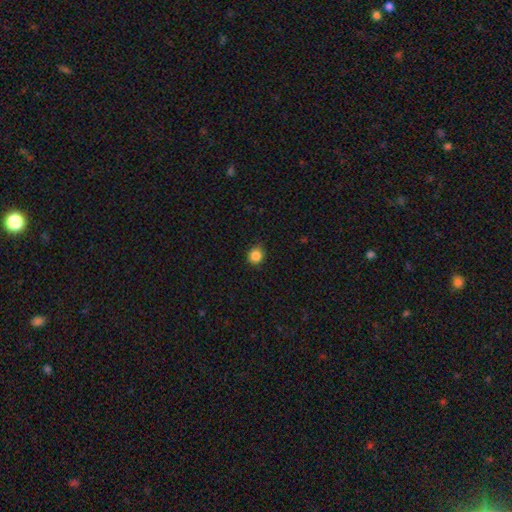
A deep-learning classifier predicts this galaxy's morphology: smooth_or_featured: smooth (p=0.86) [alt: star or artifact p=0.11]
how_rounded: round (p=0.83) [alt: in between p=0.16]
merging: none (p=0.84) [alt: minor disturbance p=0.13]